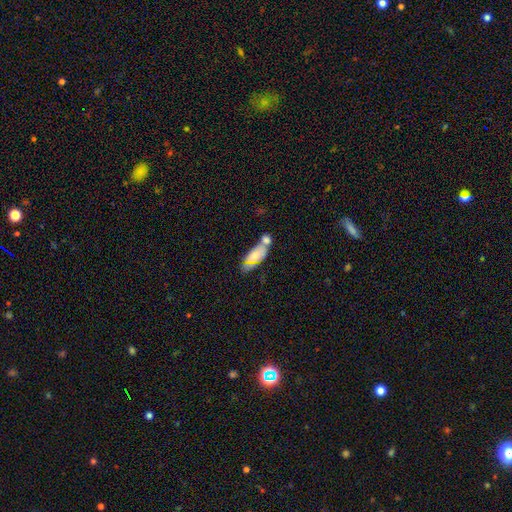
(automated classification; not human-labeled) Overall: smooth (64%; featured or disk 28%). How rounded: in between (81%). Merging: merger (50%; none 29%).